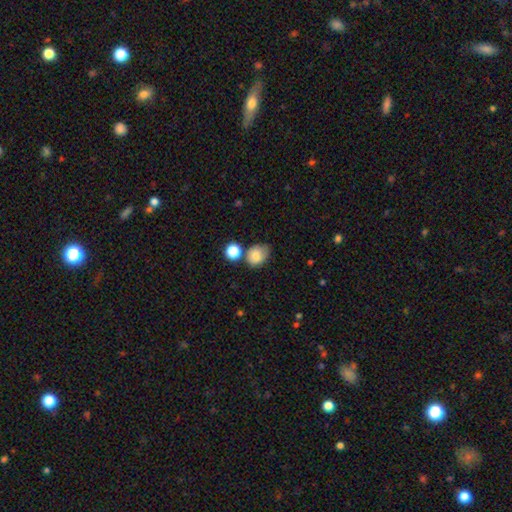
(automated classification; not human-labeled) This appears to be a smooth galaxy with no disk features (80%) that is round (50%). Merging: none (52%).